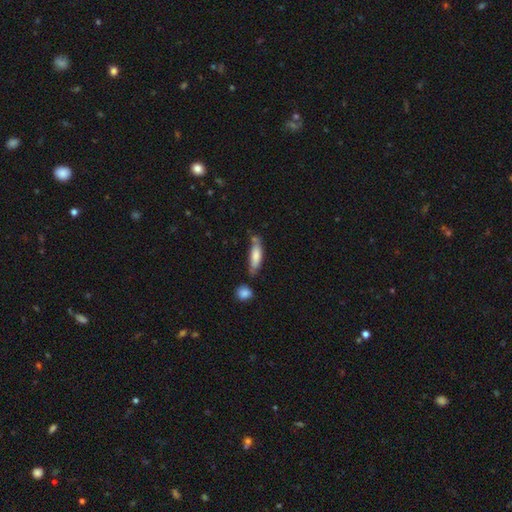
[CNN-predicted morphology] Smooth or featured? smooth (74%)
How rounded? cigar-shaped (54%)
Merging? none (56%)